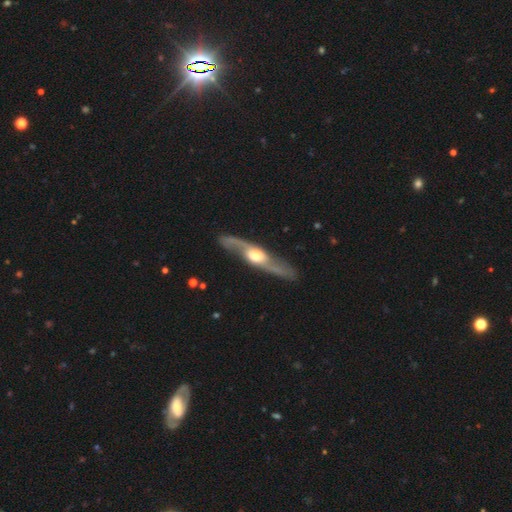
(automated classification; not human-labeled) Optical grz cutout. It shows a featured or disk galaxy (83%). Merging: none (84%).